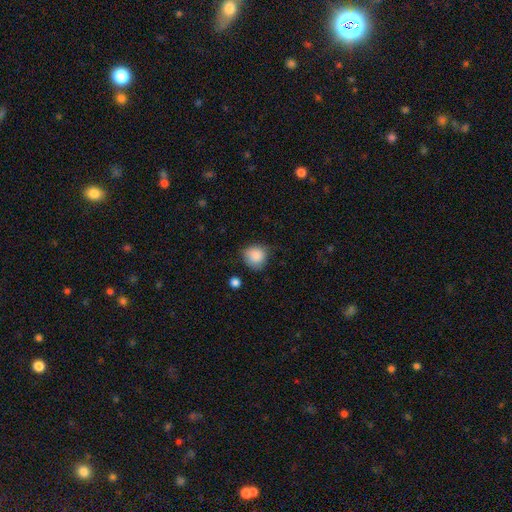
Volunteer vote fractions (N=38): smooth 84%, featured or disk 8%, star or artifact 8%. Down the decision tree: how rounded — round (81%); merging — none (63%).